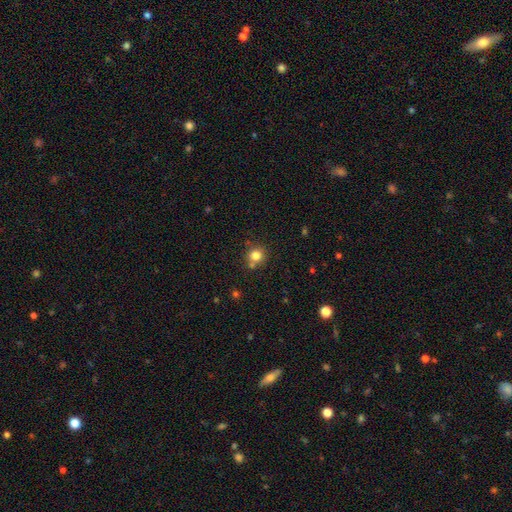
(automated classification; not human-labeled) Q: Smooth or featured?
A: smooth (79%); runner-up: star or artifact (13%)
Q: How rounded?
A: round (90%); runner-up: in between (9%)
Q: Merging?
A: none (70%); runner-up: merger (17%)